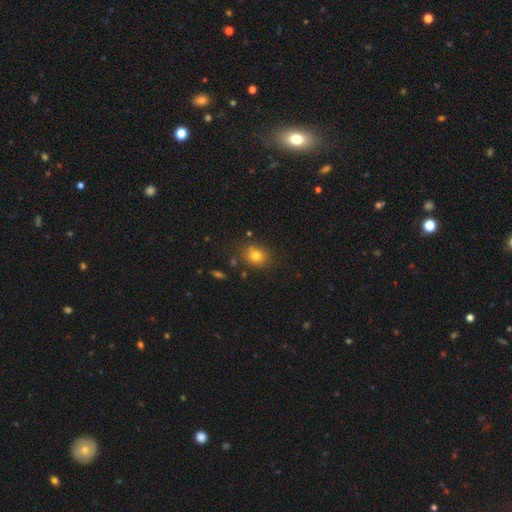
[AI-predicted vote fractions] Morphology: type=smooth (78%); roundness=round (52%); merging=none (81%).